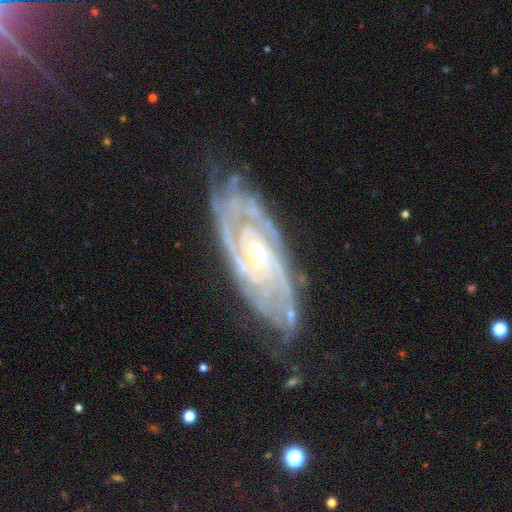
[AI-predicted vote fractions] Morphology: type=featured or disk (89%); edge-on=no (92%); bar=no (61%); spiral arms=yes (97%); winding=tight (74%); arm count=2 (32%); bulge=small (61%); merging=none (70%).